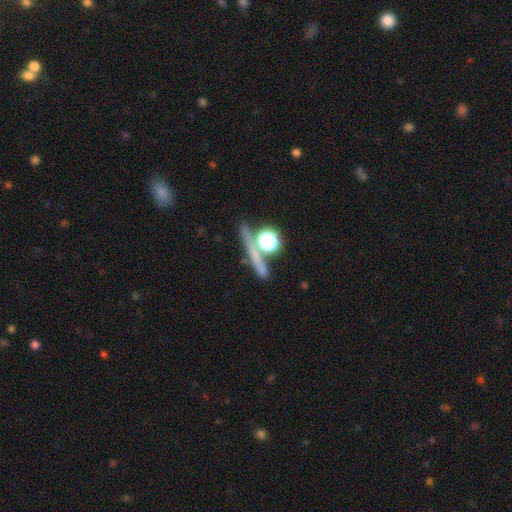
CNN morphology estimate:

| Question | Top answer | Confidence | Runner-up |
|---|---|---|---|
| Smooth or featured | smooth | 44% | star or artifact (31%) |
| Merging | none | 66% | merger (16%) |